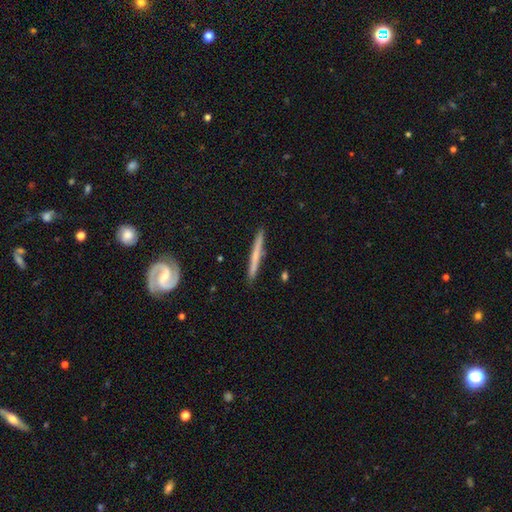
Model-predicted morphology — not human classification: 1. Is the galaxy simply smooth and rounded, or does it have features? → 55% featured or disk, 39% smooth, 6% star or artifact.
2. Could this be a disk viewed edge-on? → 89% yes, 11% no.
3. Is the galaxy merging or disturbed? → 89% none, 8% minor disturbance, 2% merger, 2% major disturbance.